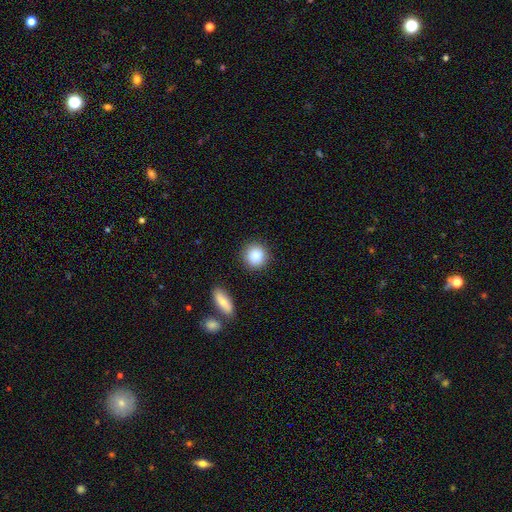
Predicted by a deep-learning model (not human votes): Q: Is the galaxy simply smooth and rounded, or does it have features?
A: smooth — 88%.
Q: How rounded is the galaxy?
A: round — 90%.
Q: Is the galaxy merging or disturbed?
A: none — 87%.